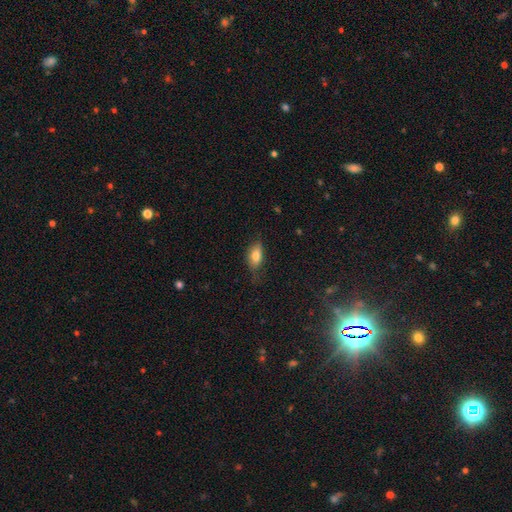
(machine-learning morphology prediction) Smooth or featured? Predicted: smooth (p=0.79). How rounded? Predicted: in between (p=0.88). Merging? Predicted: none (p=0.62).